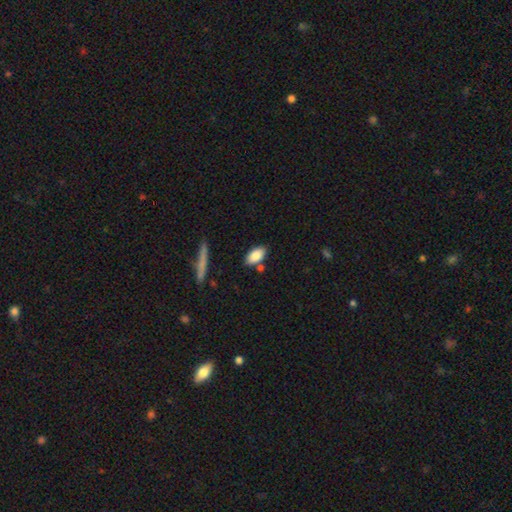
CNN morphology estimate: This appears to be a smooth galaxy with no disk features (85%) that is in between round and cigar-shaped (91%). Merging: none (77%).